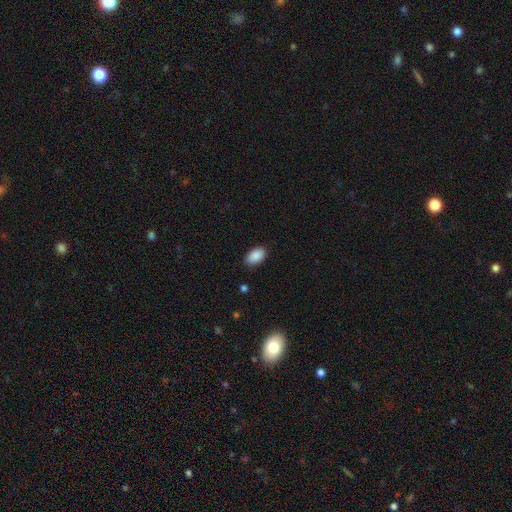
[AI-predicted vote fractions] smooth-or-featured: smooth: 89% | star or artifact: 7% | featured or disk: 4%
  how-rounded: in between: 93% | round: 6% | cigar-shaped: 1%
  merging: none: 85% | minor disturbance: 12% | major disturbance: 2% | merger: 1%